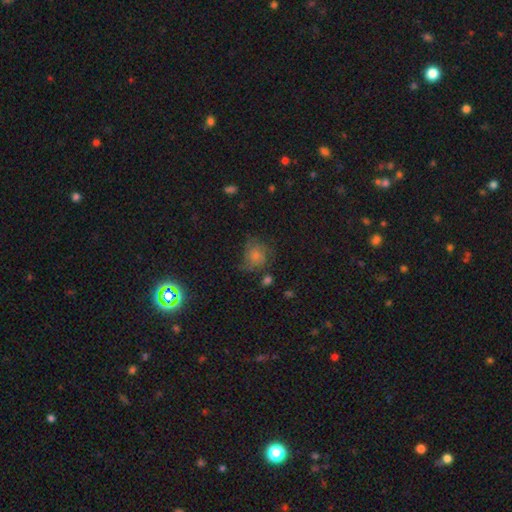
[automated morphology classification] This is possibly a smooth galaxy (48%). Merging: possibly none (60%).